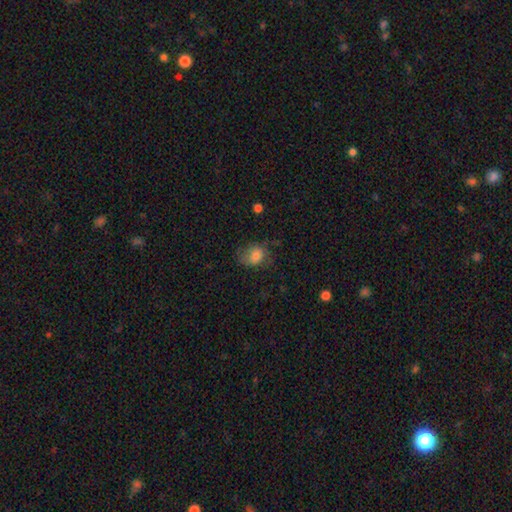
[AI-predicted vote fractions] The model was most divided on "how rounded": in between: 57%, round: 42%, cigar-shaped: 1%. More confident: smooth or featured — smooth (77%); merging — none (56%).